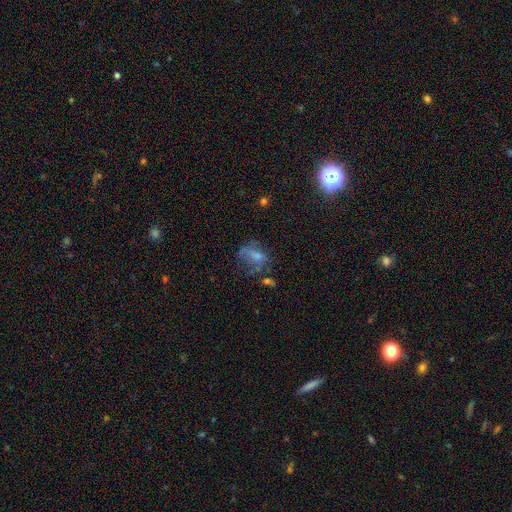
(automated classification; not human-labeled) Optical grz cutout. It shows a smooth galaxy with no disk features (50%). Merging: major disturbance (35%).